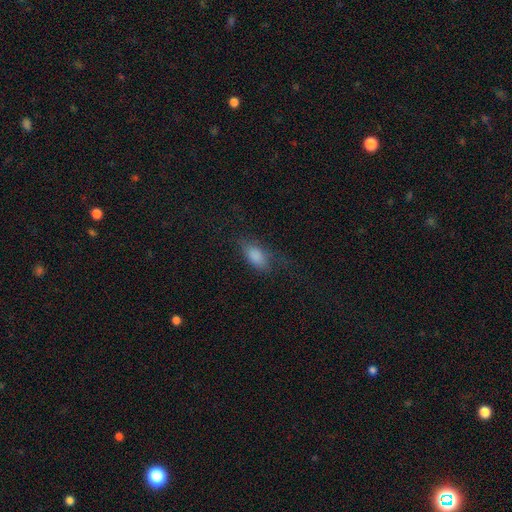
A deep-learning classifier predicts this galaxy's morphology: Smooth or featured?
  - smooth: 79% *
  - featured or disk: 11%
  - star or artifact: 10%
How rounded?
  - in between: 86% *
  - cigar-shaped: 9%
  - round: 5%
Merging?
  - none: 58% *
  - minor disturbance: 24%
  - major disturbance: 16%
  - merger: 2%